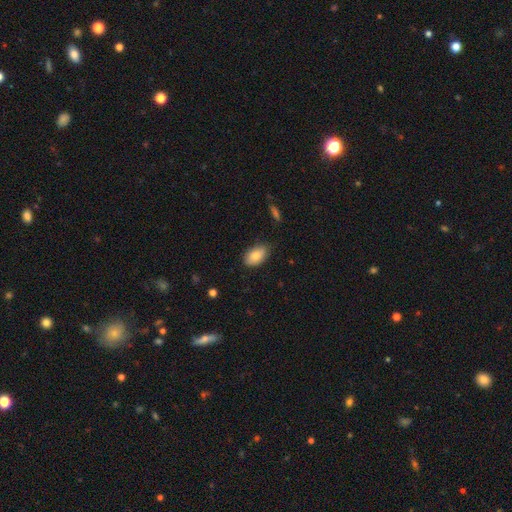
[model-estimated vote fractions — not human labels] Smooth or featured?
  - smooth: 81% *
  - featured or disk: 12%
  - star or artifact: 7%
How rounded?
  - in between: 93% *
  - round: 6%
  - cigar-shaped: 2%
Merging?
  - none: 77% *
  - minor disturbance: 19%
  - major disturbance: 3%
  - merger: 1%